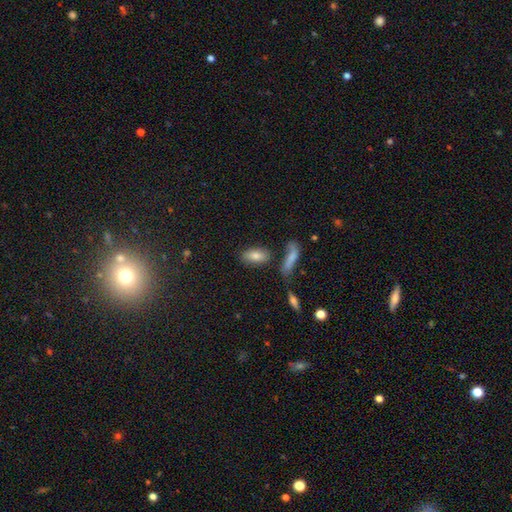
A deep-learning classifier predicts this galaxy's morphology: A smooth galaxy with no disk features (78%) that is in between round and cigar-shaped (88%). Merging: none (71%).